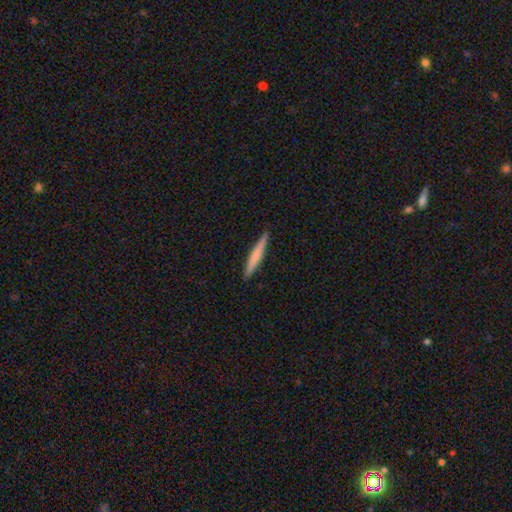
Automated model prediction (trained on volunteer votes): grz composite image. It shows a smooth galaxy with no disk features (64%) that is cigar-shaped (95%). Merging: none (91%).